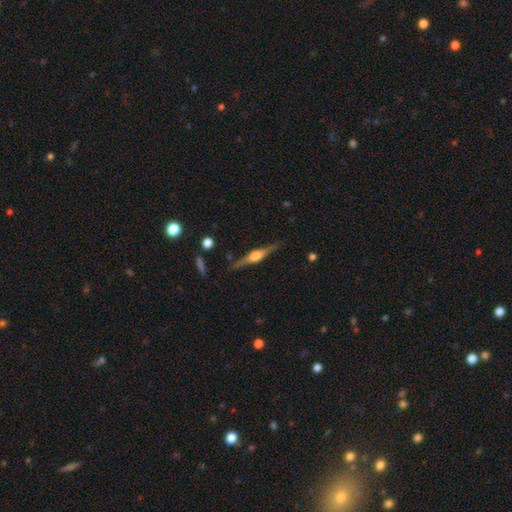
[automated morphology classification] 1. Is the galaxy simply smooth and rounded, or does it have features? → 82% featured or disk, 12% smooth, 6% star or artifact.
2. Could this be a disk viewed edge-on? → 98% yes, 2% no.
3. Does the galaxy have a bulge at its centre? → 87% rounded, 11% boxy, 2% none.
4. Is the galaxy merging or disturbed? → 87% none, 9% minor disturbance, 2% major disturbance, 2% merger.